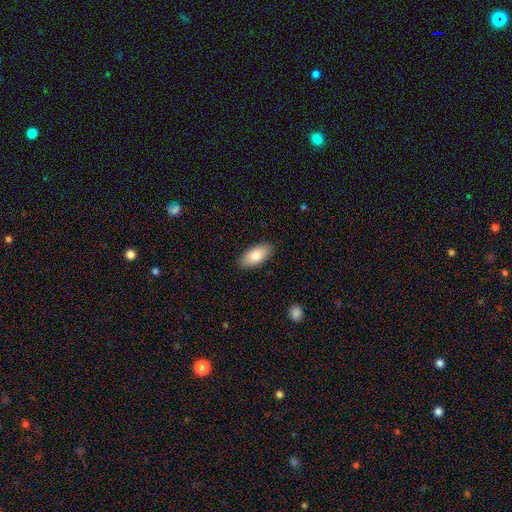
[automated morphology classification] Smooth or featured: smooth — 82% (featured or disk — 11%)
How rounded: in between — 91% (cigar-shaped — 7%)
Merging: none — 89% (minor disturbance — 9%)